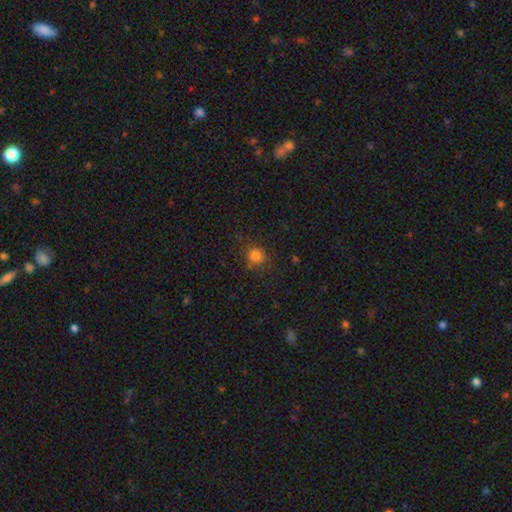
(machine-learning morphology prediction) The model was most divided on "how rounded": round: 81%, in between: 18%, cigar-shaped: 1%. More confident: merging — none (80%); smooth or featured — smooth (79%).